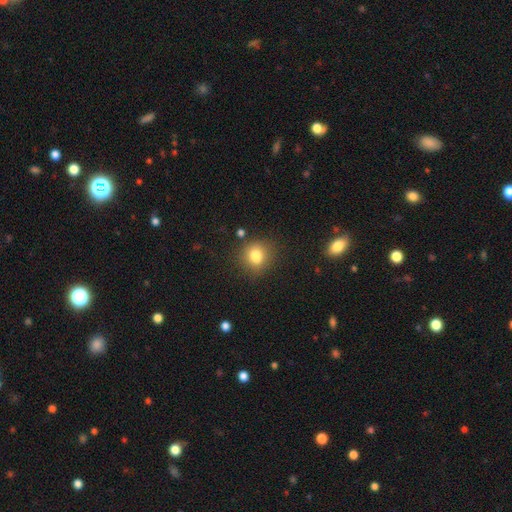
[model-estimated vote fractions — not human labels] Overall: smooth (81%). How rounded: round (72%). Merging: none (78%).